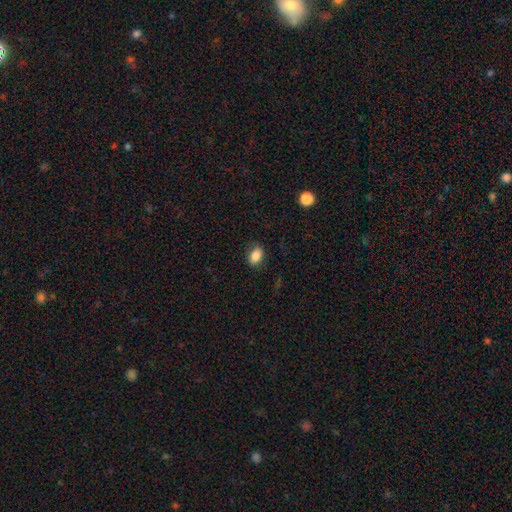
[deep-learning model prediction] Smooth or featured?
  - smooth: 87% *
  - star or artifact: 9%
  - featured or disk: 5%
How rounded?
  - in between: 82% *
  - round: 16%
  - cigar-shaped: 1%
Merging?
  - none: 81% *
  - minor disturbance: 14%
  - major disturbance: 3%
  - merger: 1%